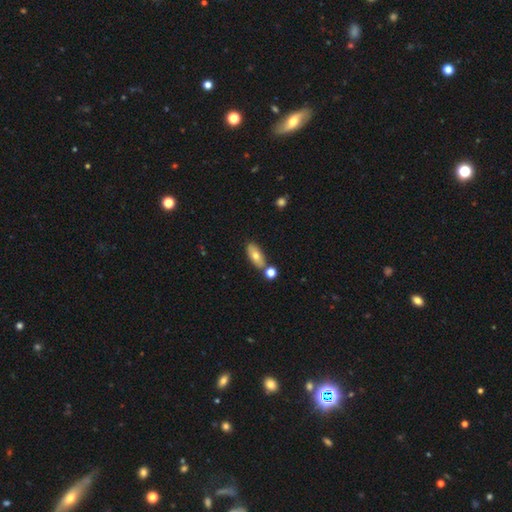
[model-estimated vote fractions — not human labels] Smooth or featured?
  - smooth: 69% *
  - featured or disk: 24%
  - star or artifact: 7%
How rounded?
  - in between: 80% *
  - cigar-shaped: 16%
  - round: 4%
Merging?
  - none: 72% *
  - merger: 13%
  - minor disturbance: 12%
  - major disturbance: 3%